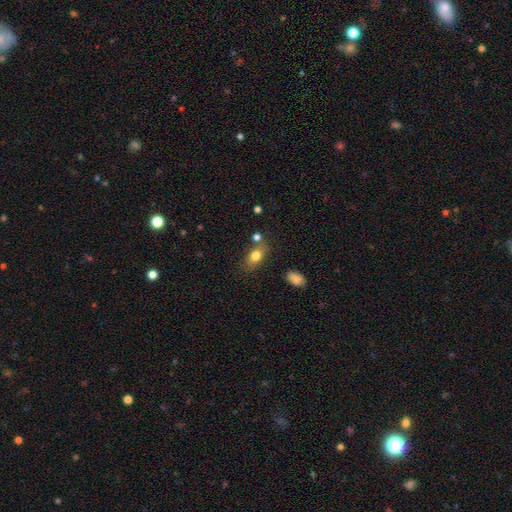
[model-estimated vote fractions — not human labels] Smooth or featured? smooth (78%)
How rounded? in between (79%)
Merging? none (67%)